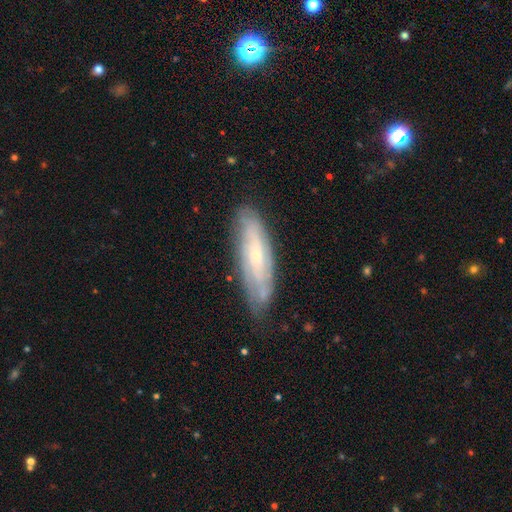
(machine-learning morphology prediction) Overall: featured or disk (66%; smooth 27%). Edge-on disk: no (70%). Merging: none (76%).